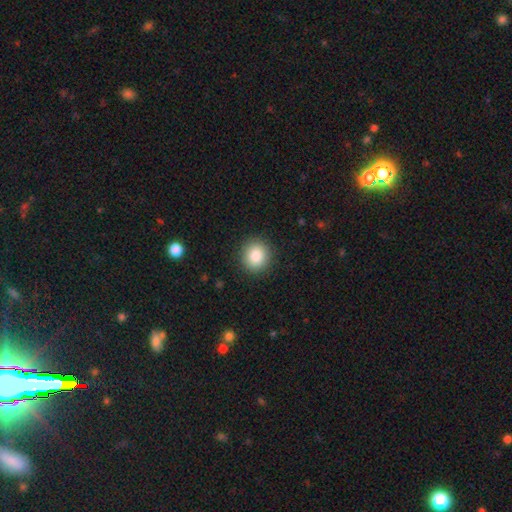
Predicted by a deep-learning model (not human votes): The model was most divided on "how rounded": round: 85%, in between: 15%, cigar-shaped: 1%. More confident: merging — none (90%); smooth or featured — smooth (85%).